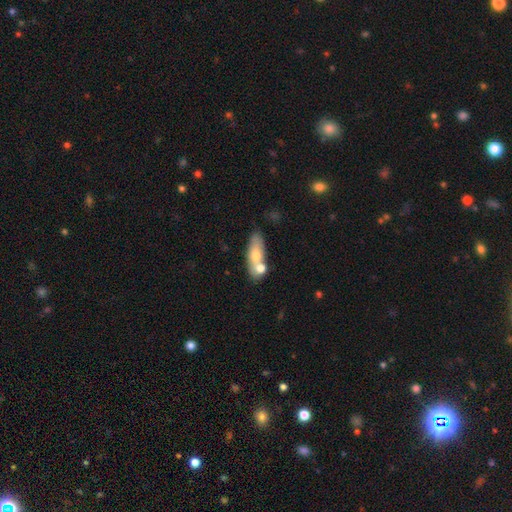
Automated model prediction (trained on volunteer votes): smooth 65%, featured or disk 28%, star or artifact 7%. Down the decision tree: how rounded — in between (62%); merging — none (45%).